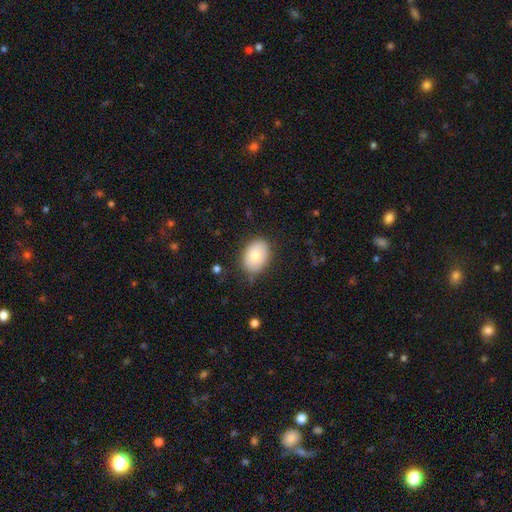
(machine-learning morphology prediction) The model was most divided on "how rounded": in between: 78%, round: 21%, cigar-shaped: 1%. More confident: smooth or featured — smooth (79%); merging — none (79%).